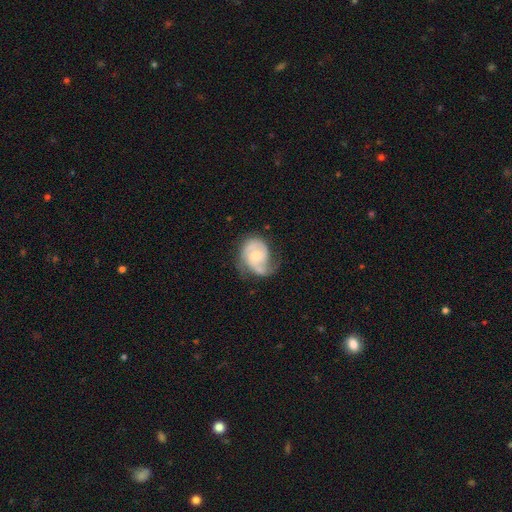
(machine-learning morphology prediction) Smooth or featured: featured or disk — 75% (smooth — 20%)
Edge-on disk: no — 98% (yes — 2%)
Bar: no — 67% (weak — 29%)
Spiral arms: yes — 92% (no — 8%)
Spiral winding: medium — 43% (tight — 37%)
Spiral arm count: 2 — 59% (1 — 16%)
Bulge size: moderate — 46% (small — 45%)
Merging: none — 45% (minor disturbance — 30%)